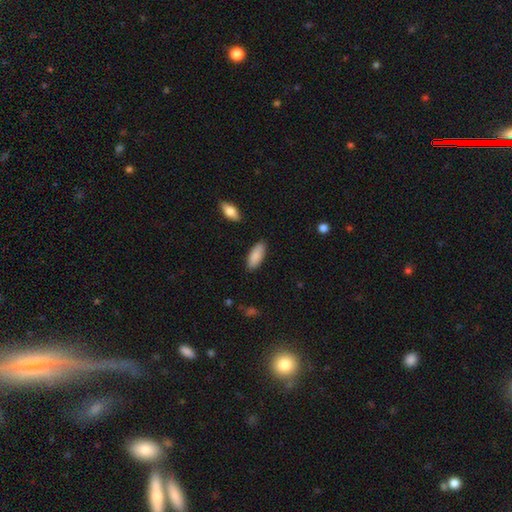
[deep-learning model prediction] This appears to be a smooth galaxy with no disk features (87%) that is in between round and cigar-shaped (81%). Merging: none (86%).